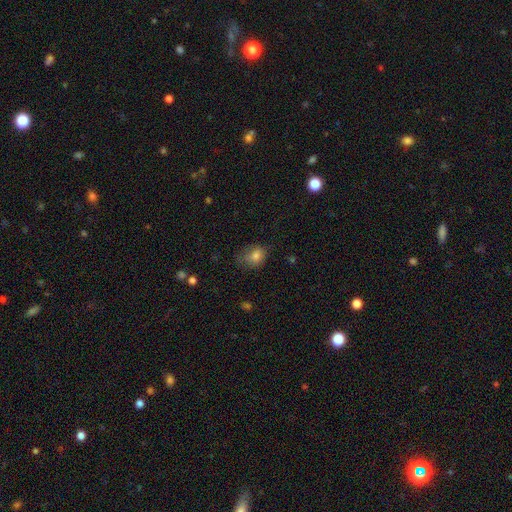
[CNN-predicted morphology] Smooth or featured? smooth (79%)
How rounded? in between (56%)
Merging? none (51%)